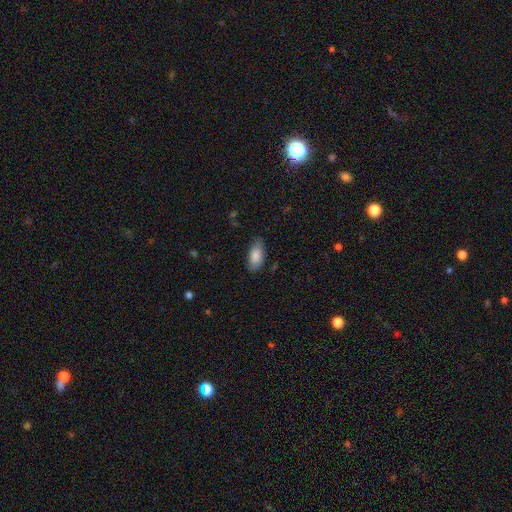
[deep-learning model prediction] Q: Smooth or featured?
A: smooth (86%); runner-up: featured or disk (8%)
Q: How rounded?
A: in between (90%); runner-up: cigar-shaped (7%)
Q: Merging?
A: none (77%); runner-up: minor disturbance (19%)